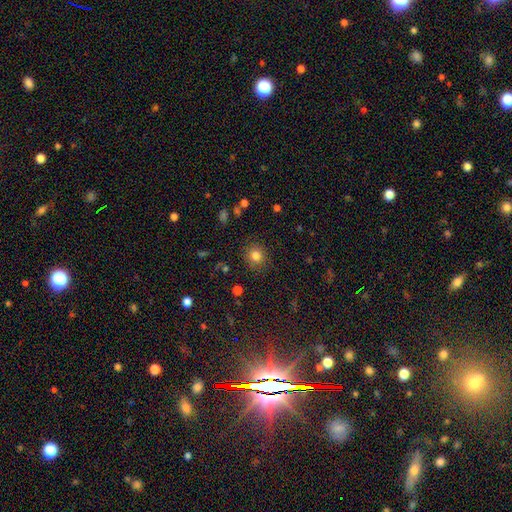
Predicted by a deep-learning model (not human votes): Smooth or featured? smooth (81%)
How rounded? round (86%)
Merging? none (87%)